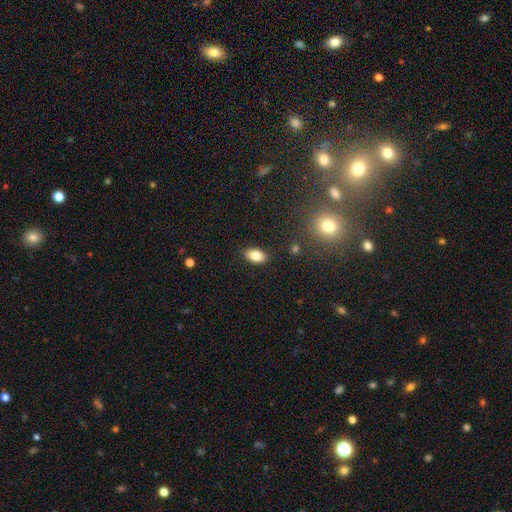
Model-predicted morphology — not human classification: A smooth galaxy with no disk features (84%) that is in between round and cigar-shaped (91%).

Vote fractions:
- Smooth or featured? smooth: 84% / star or artifact: 9% / featured or disk: 7%
- How rounded? in between: 91% / round: 7% / cigar-shaped: 2%
- Merging? none: 86% / minor disturbance: 10% / major disturbance: 2% / merger: 2%